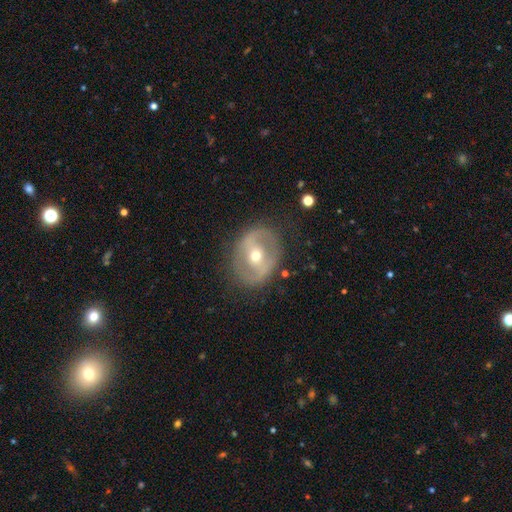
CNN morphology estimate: Q: Smooth or featured?
A: featured or disk (74%); runner-up: smooth (19%)
Q: Edge-on disk?
A: no (94%); runner-up: yes (6%)
Q: Bar?
A: strong (46%); runner-up: weak (33%)
Q: Spiral arms?
A: no (50%); tied with: yes (50%)
Q: Bulge size?
A: moderate (61%); runner-up: small (35%)
Q: Merging?
A: none (79%); runner-up: minor disturbance (14%)